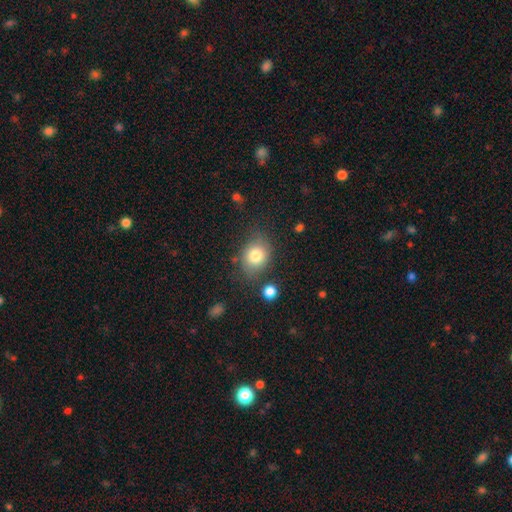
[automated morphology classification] Smooth or featured: smooth — 79% (featured or disk — 11%)
How rounded: round — 54% (in between — 45%)
Merging: none — 72% (minor disturbance — 17%)